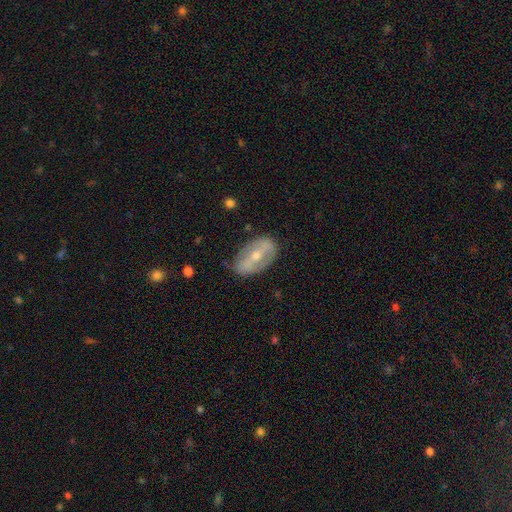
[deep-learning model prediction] This appears to be a featured or disk galaxy (66%) with a strong bar (56%), no spiral arms (57%) and a moderate central bulge (55%). Merging: none (76%).